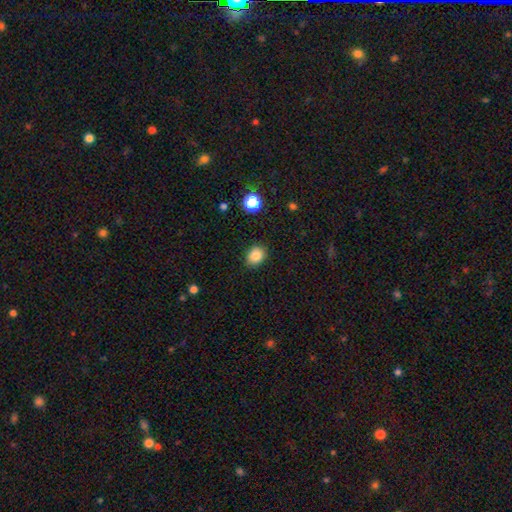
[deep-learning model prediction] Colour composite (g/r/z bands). It shows a smooth galaxy with no disk features (83%) that is in between round and cigar-shaped (51%). Merging: none (87%).